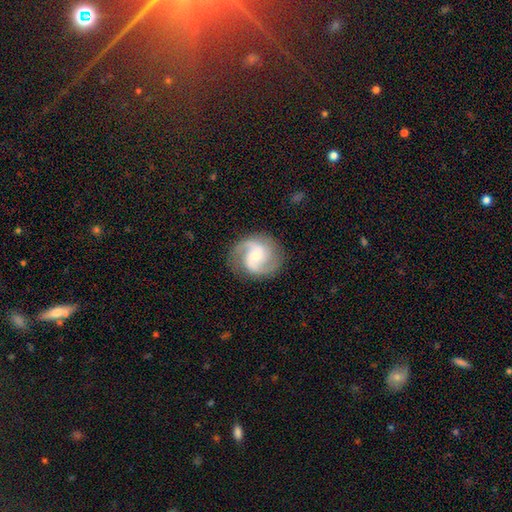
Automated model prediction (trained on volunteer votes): smooth_or_featured: featured or disk (p=0.86) [alt: smooth p=0.09]
disk_edge_on: no (p=0.98) [alt: yes p=0.02]
bar: no (p=0.50) [alt: weak p=0.41]
has_spiral_arms: yes (p=0.98) [alt: no p=0.02]
spiral_winding: medium (p=0.55) [alt: loose p=0.24]
spiral_arm_count: 2 (p=0.84) [alt: 3 p=0.07]
bulge_size: small (p=0.52) [alt: moderate p=0.39]
merging: none (p=0.82) [alt: minor disturbance p=0.12]